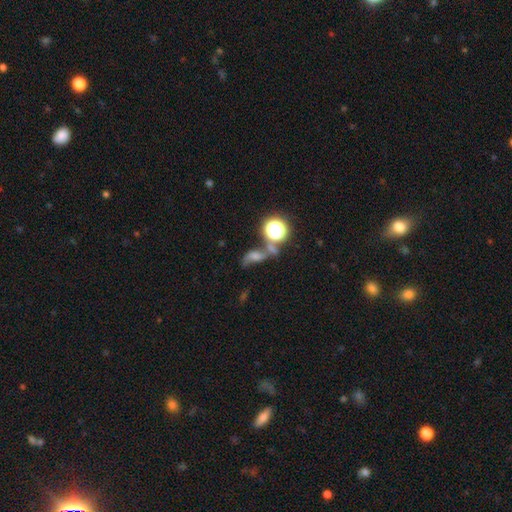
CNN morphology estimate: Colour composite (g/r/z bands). It shows a star or artifact, not a galaxy (48%).